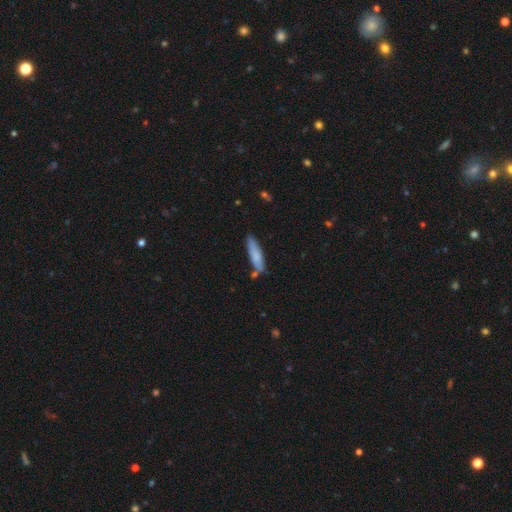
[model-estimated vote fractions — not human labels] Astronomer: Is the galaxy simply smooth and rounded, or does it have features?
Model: smooth — 77%.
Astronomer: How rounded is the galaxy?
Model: cigar-shaped — 77%.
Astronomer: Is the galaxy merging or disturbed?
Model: none — 71%.